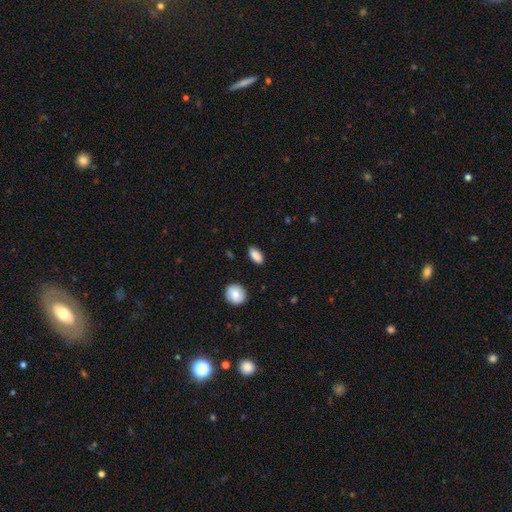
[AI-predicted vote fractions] smooth-or-featured: smooth: 88% | star or artifact: 6% | featured or disk: 6%
  how-rounded: in between: 87% | cigar-shaped: 9% | round: 4%
  merging: none: 88% | minor disturbance: 9% | major disturbance: 2% | merger: 1%